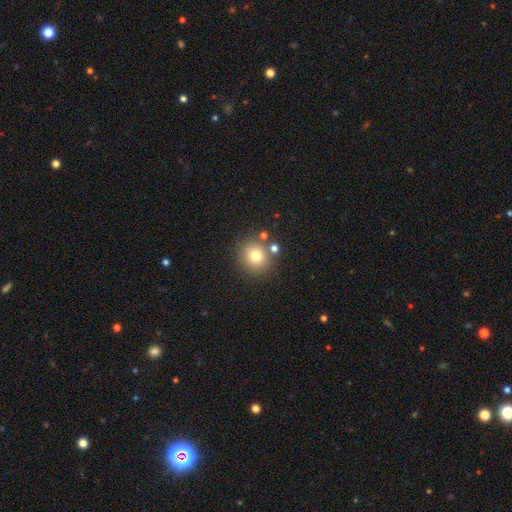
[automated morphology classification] This is likely a smooth galaxy (76%). How rounded: clearly round (89%). Merging: likely none (78%).